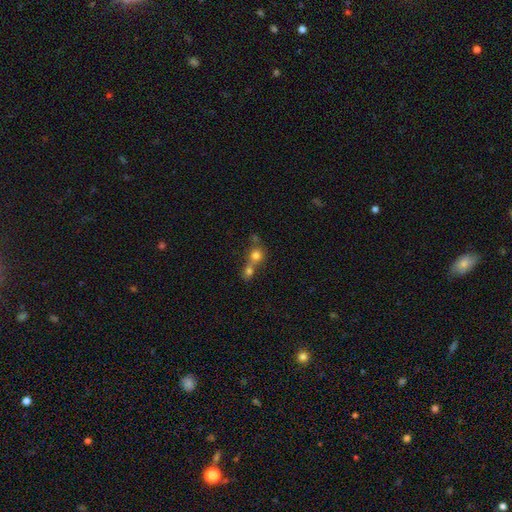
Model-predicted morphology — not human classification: The model was most divided on "merging": merger: 62%, none: 30%, minor disturbance: 5%, major disturbance: 3%. More confident: how rounded — round (82%); smooth or featured — smooth (74%).